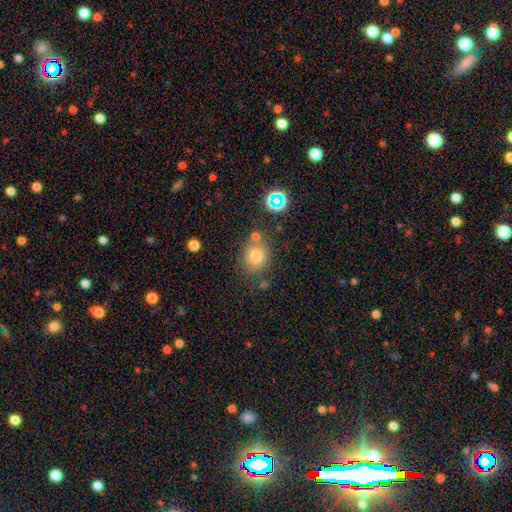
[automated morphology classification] Q: Smooth or featured?
A: smooth (75%); runner-up: star or artifact (13%)
Q: How rounded?
A: round (65%); runner-up: in between (34%)
Q: Merging?
A: none (68%); runner-up: minor disturbance (14%)